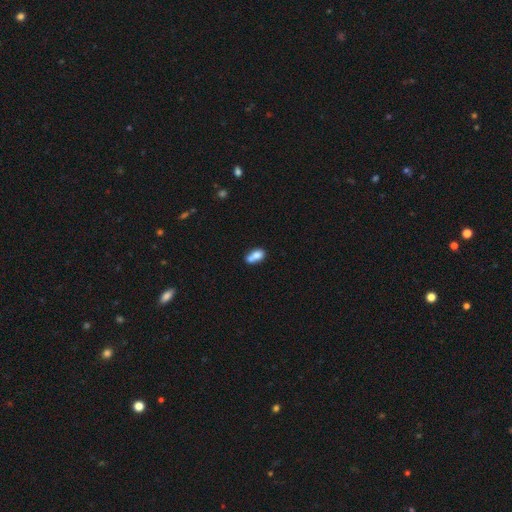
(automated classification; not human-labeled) Overall: smooth (73%). How rounded: in between (80%). Merging: merger (51%; none 30%).